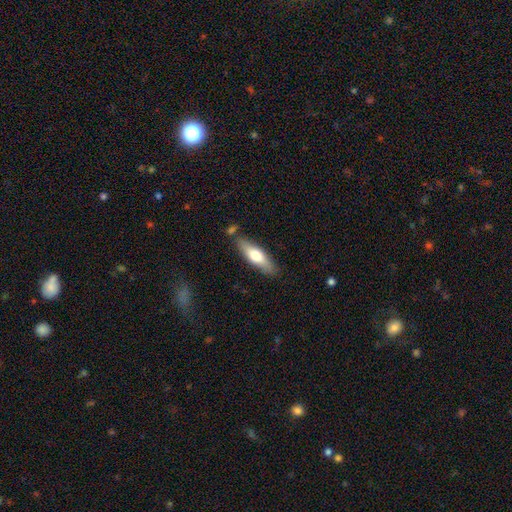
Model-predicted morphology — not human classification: Smooth or featured: smooth — 62% (featured or disk — 32%)
How rounded: cigar-shaped — 55% (in between — 43%)
Merging: none — 80% (minor disturbance — 12%)